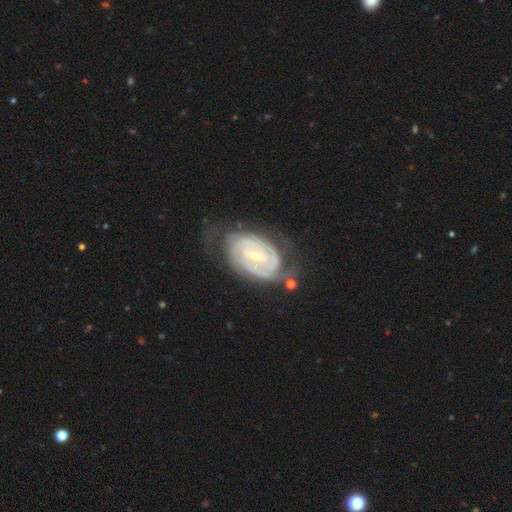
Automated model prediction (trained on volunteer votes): Morphology: type=featured or disk (88%); edge-on=no (96%); bar=weak (45%); spiral arms=yes (95%); winding=tight (77%); arm count=2 (47%); bulge=small (59%); merging=none (60%).